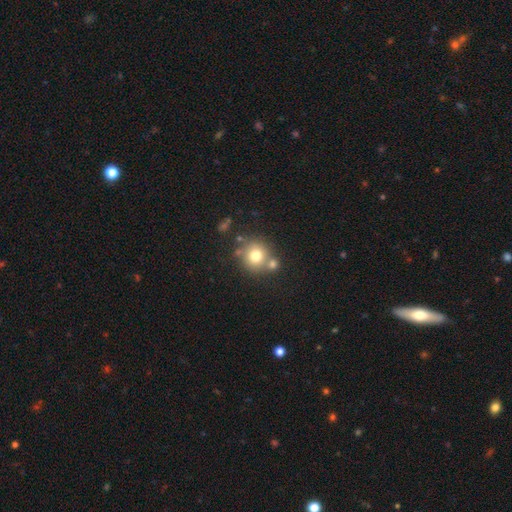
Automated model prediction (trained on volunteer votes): Morphology: type=smooth (72%); roundness=round (89%); merging=none (61%).